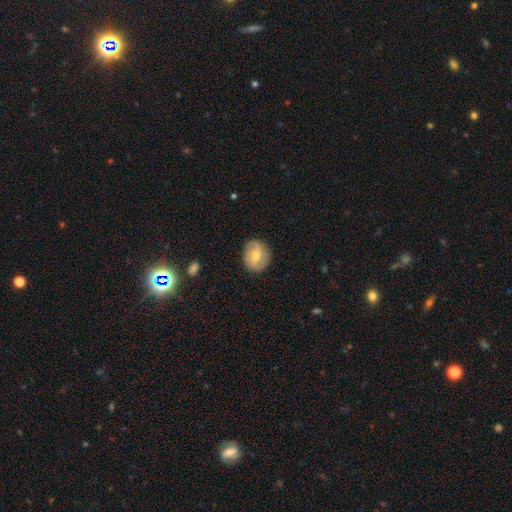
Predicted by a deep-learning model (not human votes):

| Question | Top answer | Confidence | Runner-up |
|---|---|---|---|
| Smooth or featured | featured or disk | 57% | smooth (37%) |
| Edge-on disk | no | 96% | yes (4%) |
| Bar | weak | 48% | no (33%) |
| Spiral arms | yes | 84% | no (16%) |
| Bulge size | moderate | 50% | small (45%) |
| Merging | none | 82% | minor disturbance (14%) |